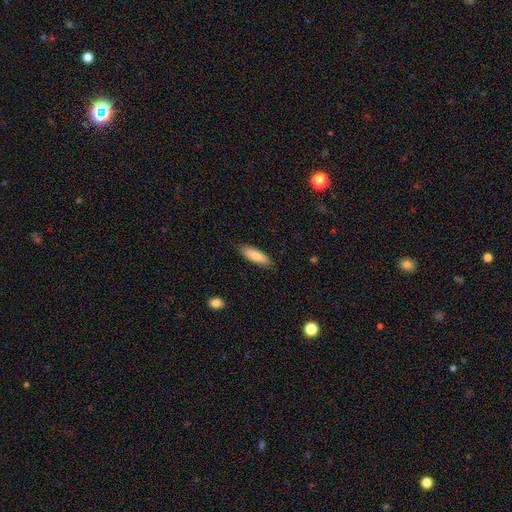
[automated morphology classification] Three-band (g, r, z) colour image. It shows a smooth galaxy with no disk features (83%) that is in between round and cigar-shaped (51%). Merging: none (86%).